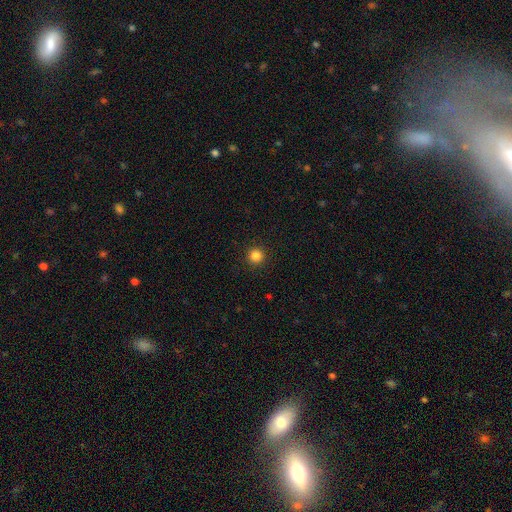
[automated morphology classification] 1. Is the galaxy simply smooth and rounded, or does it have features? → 85% smooth, 12% star or artifact, 3% featured or disk.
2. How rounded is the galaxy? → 96% round, 3% in between, 1% cigar-shaped.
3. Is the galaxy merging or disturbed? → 93% none, 4% minor disturbance, 2% major disturbance, 1% merger.